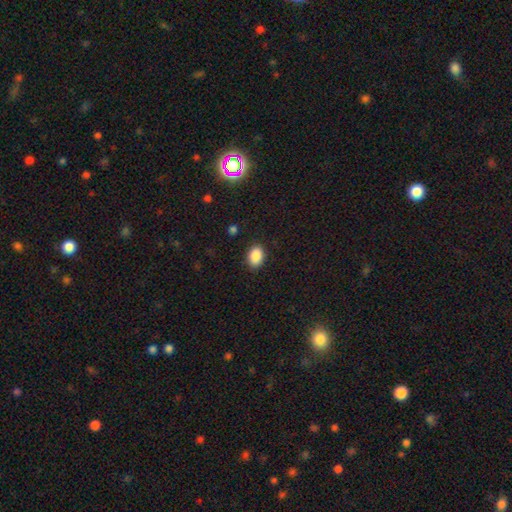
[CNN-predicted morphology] This is clearly a smooth galaxy (89%). How rounded: clearly in between (81%). Merging: clearly none (87%).